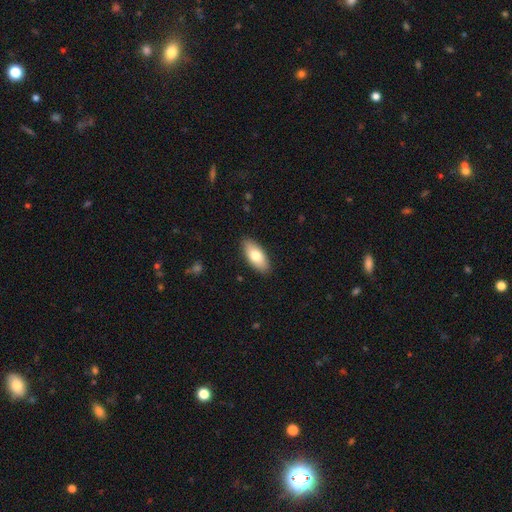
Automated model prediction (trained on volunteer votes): smooth-or-featured: smooth: 77% | featured or disk: 18% | star or artifact: 6%
  how-rounded: in between: 87% | cigar-shaped: 11% | round: 2%
  merging: none: 89% | minor disturbance: 9% | major disturbance: 2% | merger: 1%